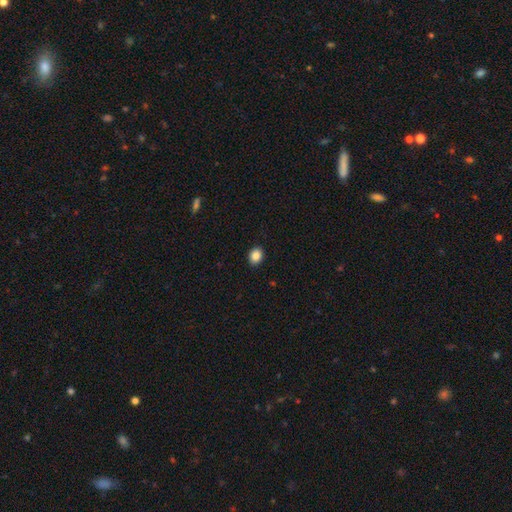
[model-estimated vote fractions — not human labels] The model was most divided on "how rounded": in between: 51%, round: 48%, cigar-shaped: 1%. More confident: merging — none (91%); smooth or featured — smooth (87%).